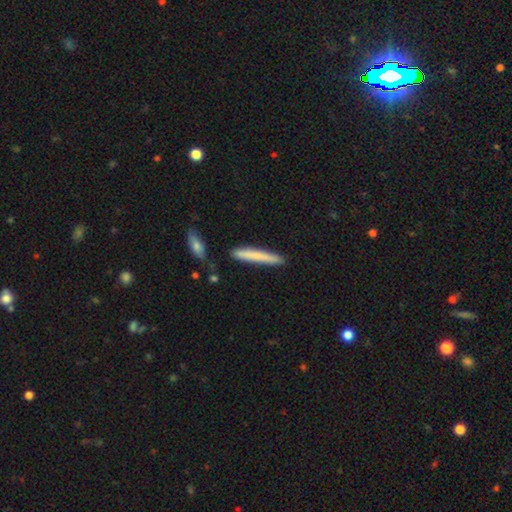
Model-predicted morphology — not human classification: A smooth galaxy with no disk features (74%) that is cigar-shaped (95%). Merging: none (84%).